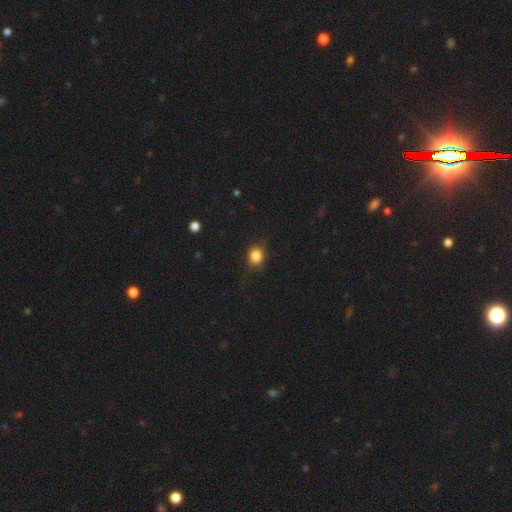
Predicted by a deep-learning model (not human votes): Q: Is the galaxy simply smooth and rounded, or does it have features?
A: smooth — 84%.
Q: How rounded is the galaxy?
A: round — 65%.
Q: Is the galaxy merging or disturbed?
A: none — 76%.